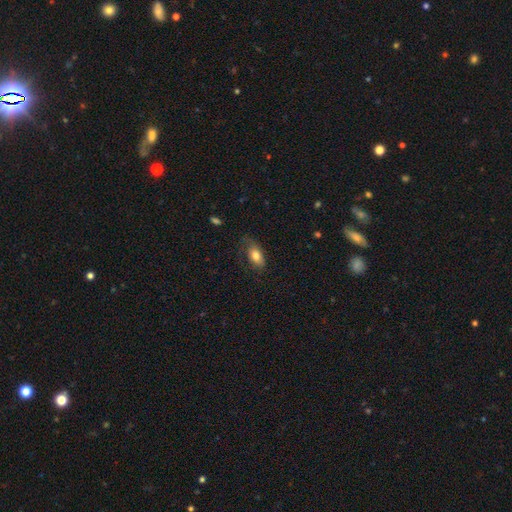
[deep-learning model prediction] smooth_or_featured: smooth (p=0.77) [alt: featured or disk p=0.16]
how_rounded: in between (p=0.89) [alt: cigar-shaped p=0.06]
merging: none (p=0.61) [alt: minor disturbance p=0.26]